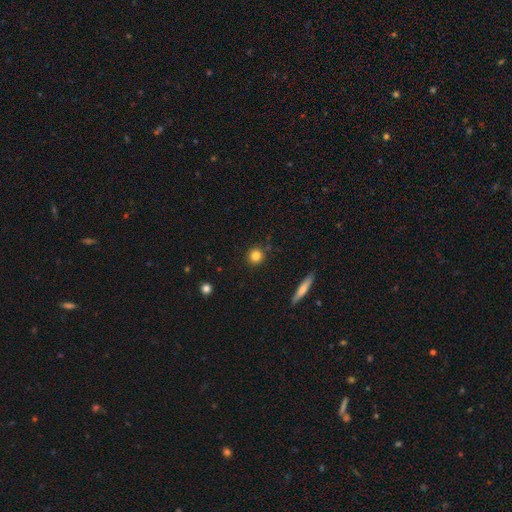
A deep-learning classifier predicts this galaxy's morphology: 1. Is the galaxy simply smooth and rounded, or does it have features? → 83% smooth, 10% star or artifact, 7% featured or disk.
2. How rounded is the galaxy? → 92% round, 6% in between, 2% cigar-shaped.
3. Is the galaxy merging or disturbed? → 86% none, 8% minor disturbance, 3% merger, 2% major disturbance.